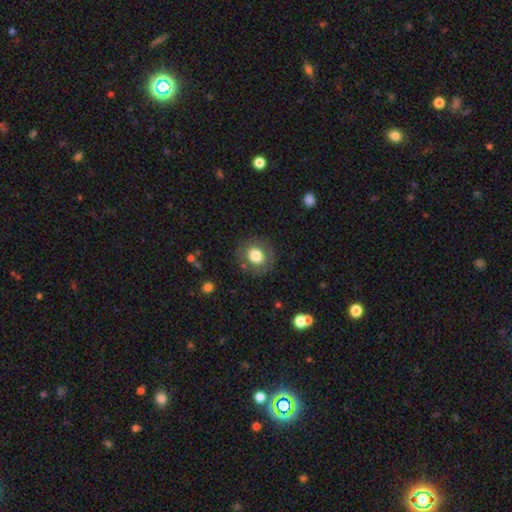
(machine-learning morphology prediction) The model was most divided on "smooth or featured": smooth: 75%, featured or disk: 15%, star or artifact: 10%. More confident: how rounded — round (86%); merging — none (84%).